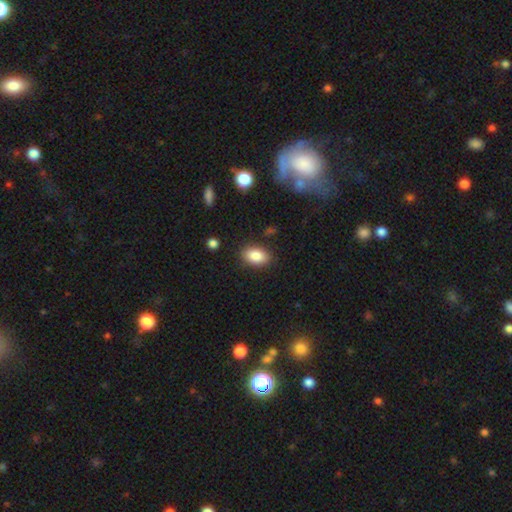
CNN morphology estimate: type=smooth (86%); roundness=in between (89%); merging=none (86%).